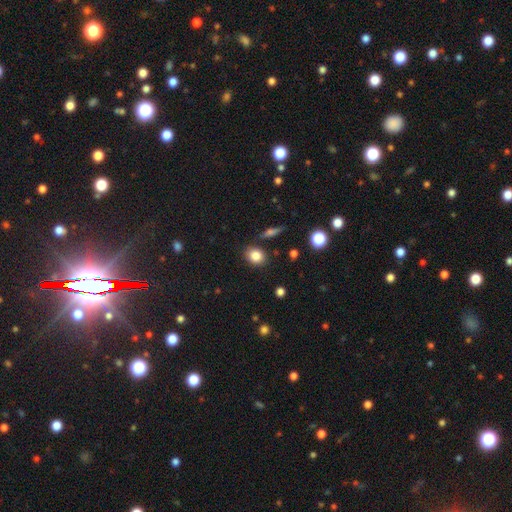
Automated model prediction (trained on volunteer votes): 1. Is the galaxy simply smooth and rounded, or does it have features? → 83% smooth, 10% star or artifact, 7% featured or disk.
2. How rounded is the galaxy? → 58% round, 41% in between, 2% cigar-shaped.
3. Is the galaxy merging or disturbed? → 83% none, 11% minor disturbance, 4% merger, 3% major disturbance.